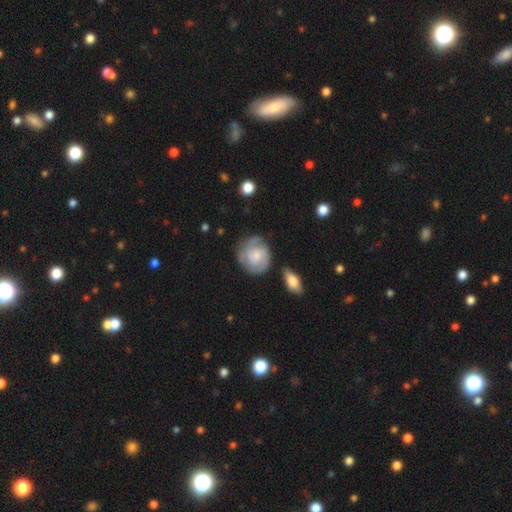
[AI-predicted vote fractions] smooth_or_featured: featured or disk (p=0.67) [alt: smooth p=0.27]
disk_edge_on: no (p=0.98) [alt: yes p=0.02]
bar: no (p=0.66) [alt: weak p=0.30]
has_spiral_arms: yes (p=0.91) [alt: no p=0.09]
spiral_winding: tight (p=0.53) [alt: medium p=0.36]
spiral_arm_count: 2 (p=0.45) [alt: can't tell p=0.24]
bulge_size: small (p=0.46) [alt: moderate p=0.33]
merging: none (p=0.69) [alt: minor disturbance p=0.20]